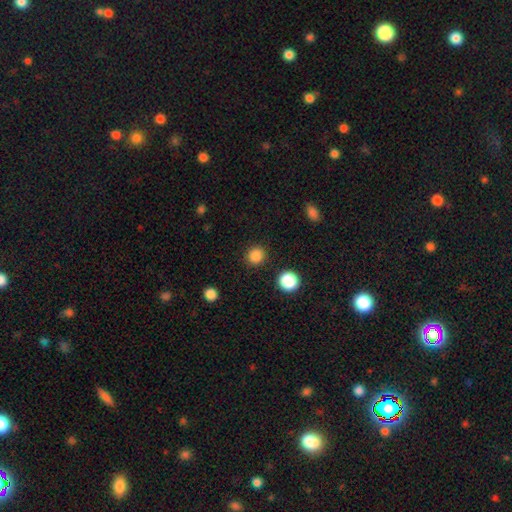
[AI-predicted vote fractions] Q: Smooth or featured?
A: smooth (86%); runner-up: star or artifact (12%)
Q: How rounded?
A: round (91%); runner-up: in between (8%)
Q: Merging?
A: none (90%); runner-up: minor disturbance (6%)